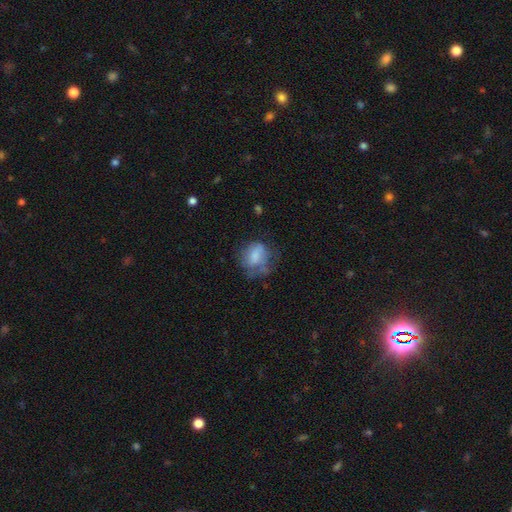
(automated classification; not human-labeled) Morphology: type=smooth (63%); roundness=in between (51%); merging=none (38%).